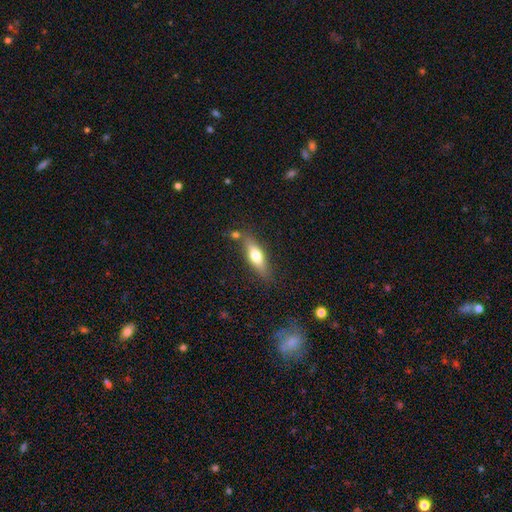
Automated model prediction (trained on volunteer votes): A smooth galaxy with no disk features (60%) that is cigar-shaped (52%).

Vote fractions:
- Smooth or featured? smooth: 60% / featured or disk: 33% / star or artifact: 6%
- How rounded? cigar-shaped: 52% / in between: 45% / round: 3%
- Merging? none: 75% / minor disturbance: 14% / merger: 7% / major disturbance: 4%